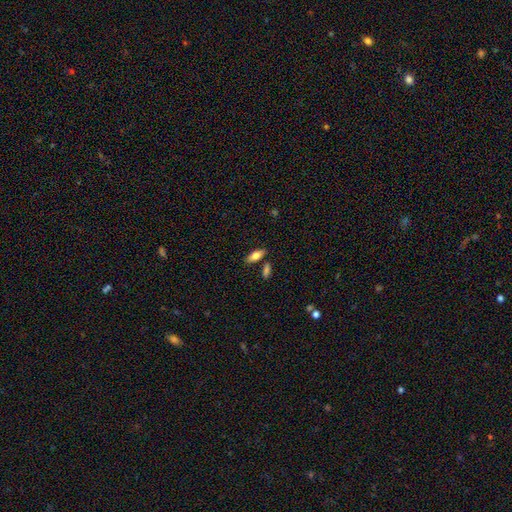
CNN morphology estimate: The model was most divided on "how rounded": in between: 77%, cigar-shaped: 20%, round: 3%. More confident: merging — none (79%); smooth or featured — smooth (76%).